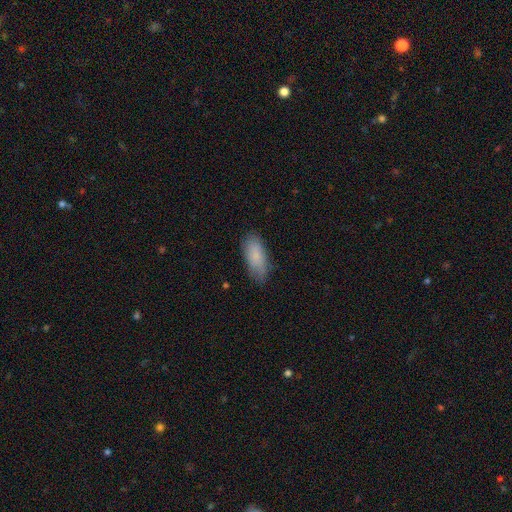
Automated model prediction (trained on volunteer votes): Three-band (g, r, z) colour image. It shows a smooth galaxy with no disk features (85%) that is in between round and cigar-shaped (81%). Merging: none (76%).